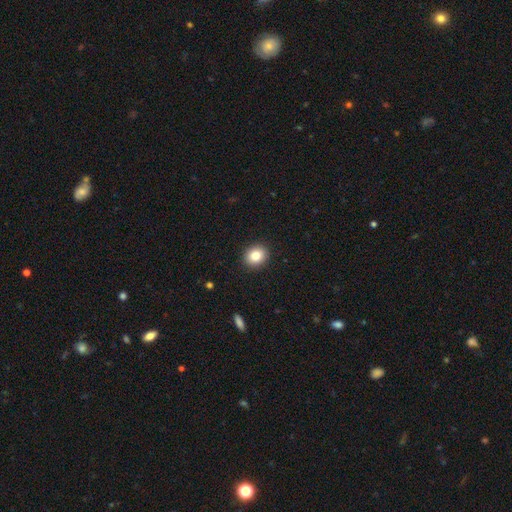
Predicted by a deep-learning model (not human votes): Smooth or featured? smooth (83%)
How rounded? round (67%)
Merging? none (91%)